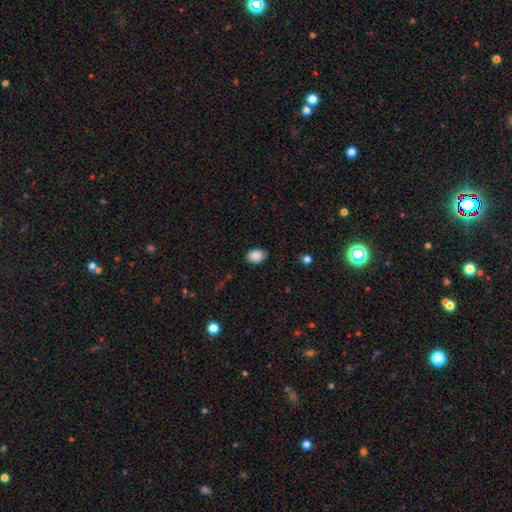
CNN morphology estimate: A smooth galaxy with no disk features (88%) that is in between round and cigar-shaped (73%).

Vote fractions:
- Smooth or featured? smooth: 88% / star or artifact: 8% / featured or disk: 3%
- How rounded? in between: 73% / round: 26% / cigar-shaped: 1%
- Merging? none: 85% / minor disturbance: 11% / major disturbance: 2% / merger: 1%